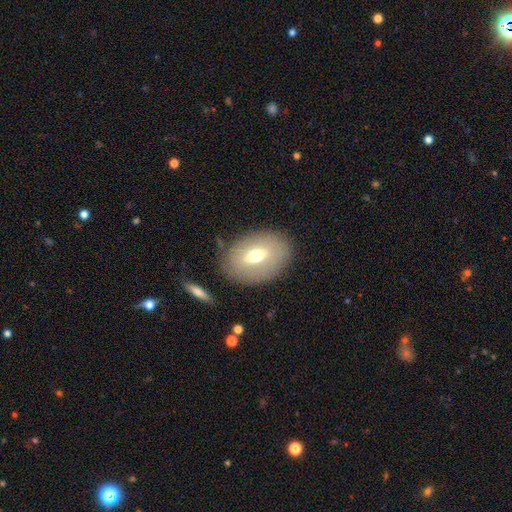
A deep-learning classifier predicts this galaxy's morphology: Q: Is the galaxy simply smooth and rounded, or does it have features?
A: smooth — 54%.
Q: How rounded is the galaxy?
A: in between — 79%.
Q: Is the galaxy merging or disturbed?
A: none — 80%.